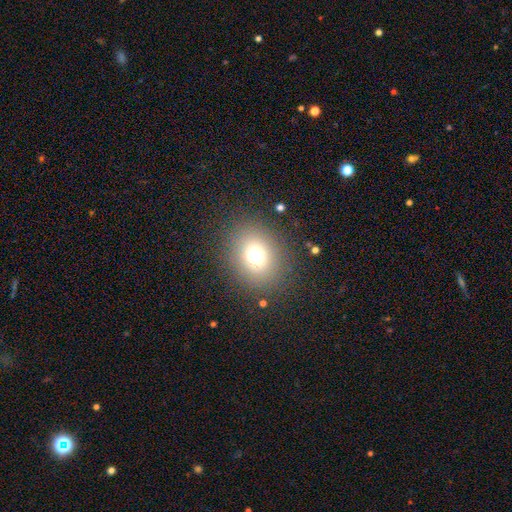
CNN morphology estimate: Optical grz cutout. It shows a smooth galaxy with no disk features (70%) that is round (65%). Merging: none (85%).